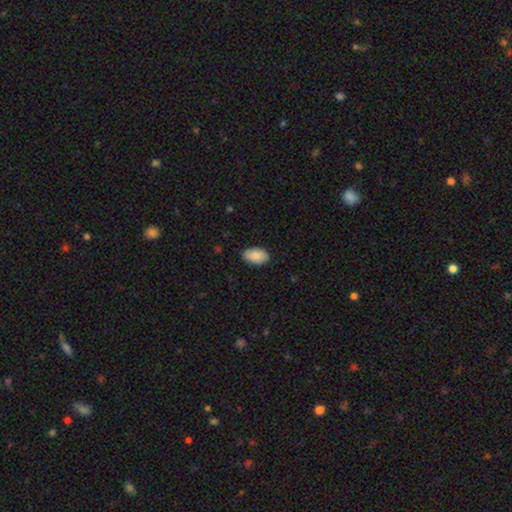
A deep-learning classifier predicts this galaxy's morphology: A smooth galaxy with no disk features (89%) that is in between round and cigar-shaped (94%).

Vote fractions:
- Smooth or featured? smooth: 89% / star or artifact: 6% / featured or disk: 5%
- How rounded? in between: 94% / round: 5% / cigar-shaped: 1%
- Merging? none: 88% / minor disturbance: 9% / major disturbance: 2% / merger: 1%